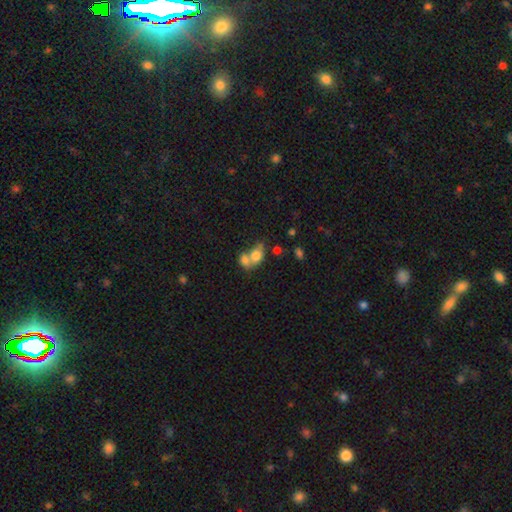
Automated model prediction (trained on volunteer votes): Smooth or featured?
  - smooth: 72% *
  - featured or disk: 18%
  - star or artifact: 10%
How rounded?
  - in between: 62% *
  - round: 36%
  - cigar-shaped: 2%
Merging?
  - merger: 68% *
  - none: 19%
  - minor disturbance: 8%
  - major disturbance: 5%